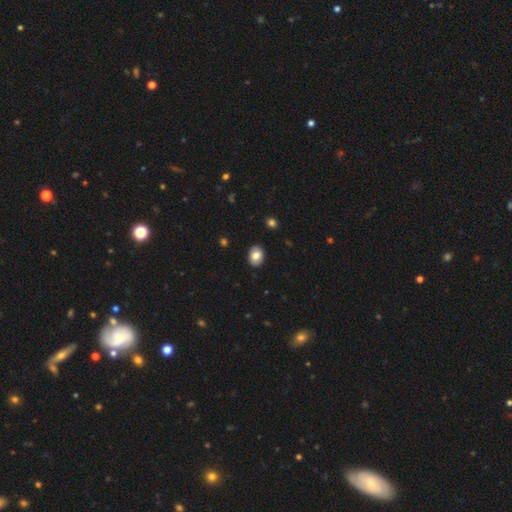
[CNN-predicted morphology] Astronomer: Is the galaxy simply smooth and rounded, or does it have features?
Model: smooth — 79%.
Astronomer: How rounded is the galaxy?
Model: in between — 66%.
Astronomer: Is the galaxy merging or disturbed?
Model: none — 90%.